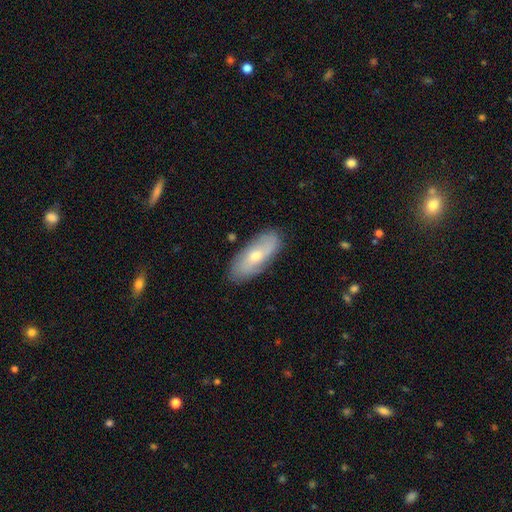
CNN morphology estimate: Smooth or featured: featured or disk — 46% (tied with smooth — 46%)
Merging: none — 84% (minor disturbance — 12%)